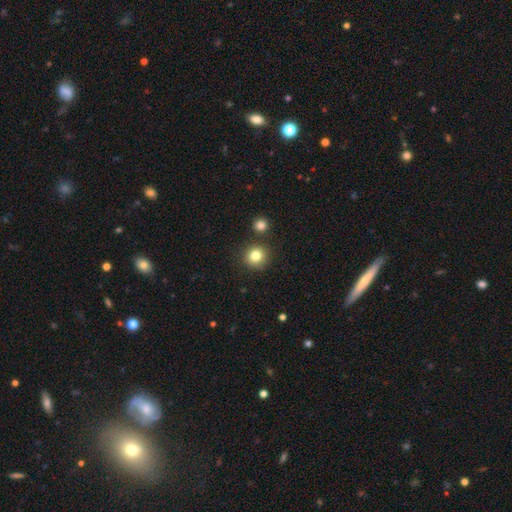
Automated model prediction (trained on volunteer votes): smooth 82%, star or artifact 11%, featured or disk 6%. Down the decision tree: how rounded — round (92%); merging — none (85%).